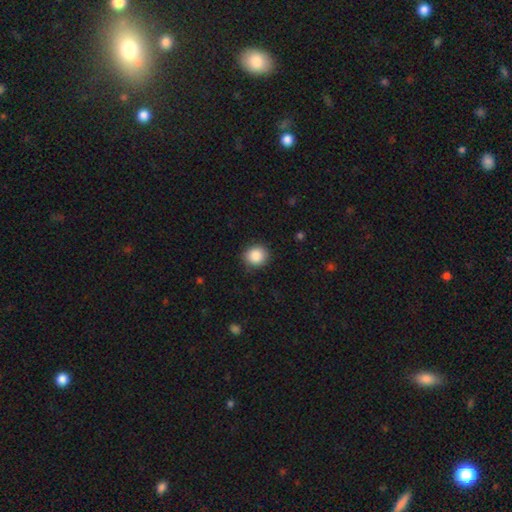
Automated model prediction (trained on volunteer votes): A smooth galaxy with no disk features (88%) that is round (85%).

Vote fractions:
- Smooth or featured? smooth: 88% / star or artifact: 8% / featured or disk: 3%
- How rounded? round: 85% / in between: 15% / cigar-shaped: 1%
- Merging? none: 89% / minor disturbance: 8% / major disturbance: 2% / merger: 1%